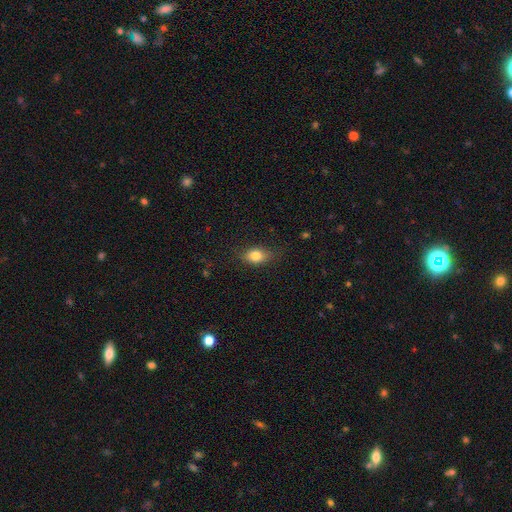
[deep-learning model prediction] Q: Smooth or featured?
A: smooth (80%); runner-up: featured or disk (11%)
Q: How rounded?
A: in between (74%); runner-up: round (22%)
Q: Merging?
A: none (78%); runner-up: minor disturbance (17%)